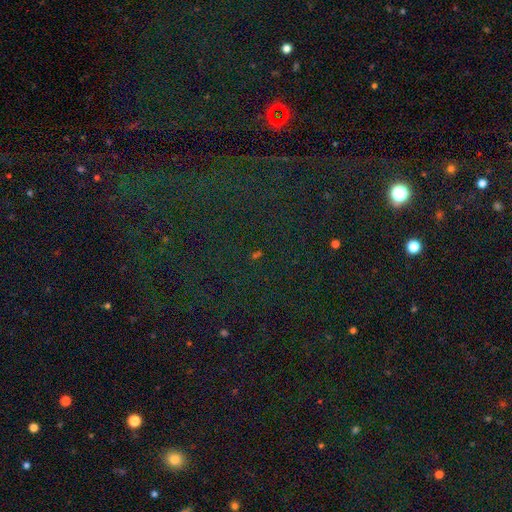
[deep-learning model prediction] A star or artifact, not a galaxy (80%).

Vote fractions:
- Smooth or featured? star or artifact: 80% / smooth: 12% / featured or disk: 8%